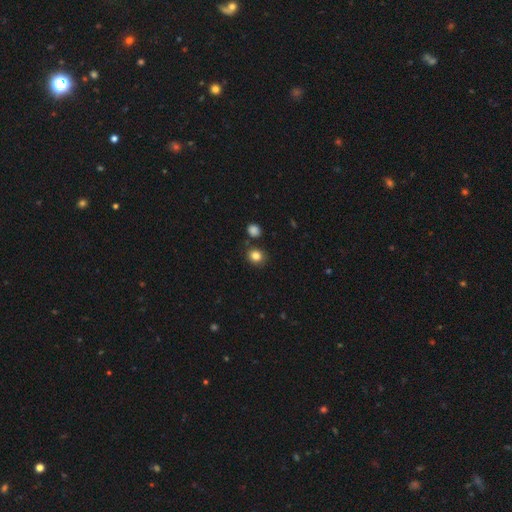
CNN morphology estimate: type=smooth (84%); roundness=round (78%); merging=none (82%).